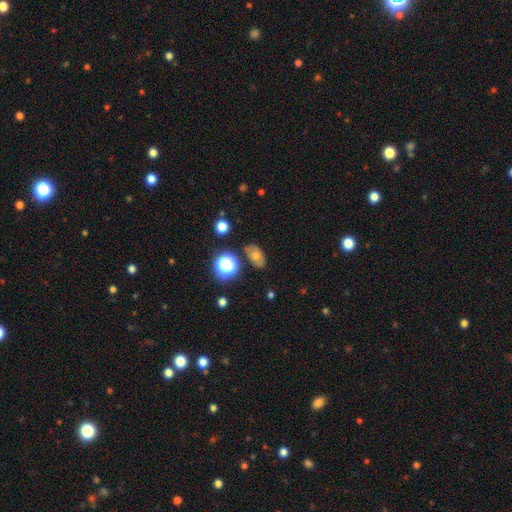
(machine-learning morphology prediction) Smooth or featured? smooth (57%)
How rounded? in between (77%)
Merging? none (80%)